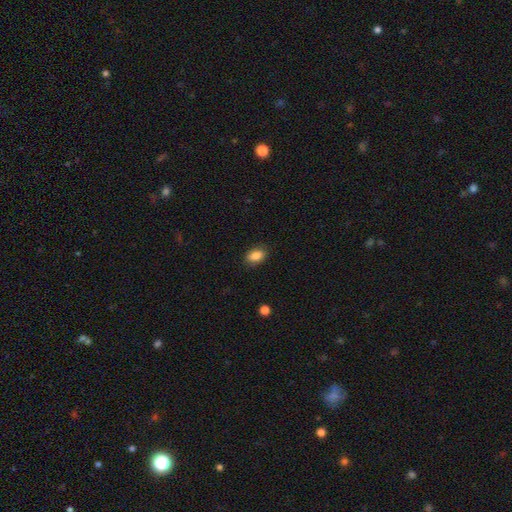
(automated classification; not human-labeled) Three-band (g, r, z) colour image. It shows a smooth galaxy with no disk features (86%) that is in between round and cigar-shaped (85%). Merging: none (85%).